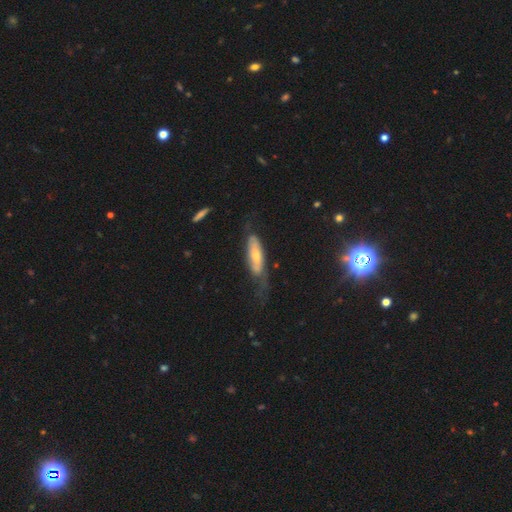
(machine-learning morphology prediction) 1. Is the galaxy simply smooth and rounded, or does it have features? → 53% featured or disk, 41% smooth, 6% star or artifact.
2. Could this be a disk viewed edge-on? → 71% no, 29% yes.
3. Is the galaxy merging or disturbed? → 39% none, 30% major disturbance, 28% minor disturbance, 3% merger.